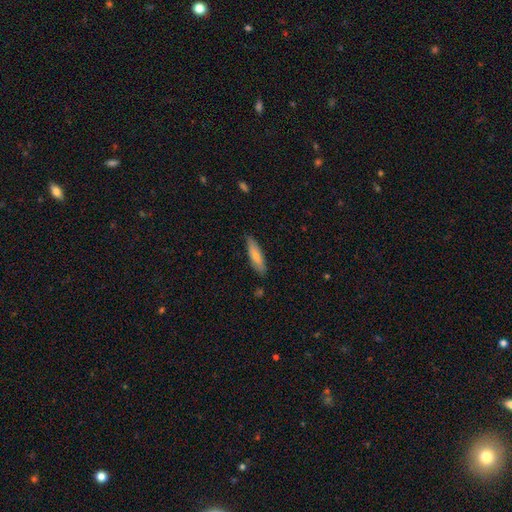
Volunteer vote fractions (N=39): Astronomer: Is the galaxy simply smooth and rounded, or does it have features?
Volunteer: smooth — 72%.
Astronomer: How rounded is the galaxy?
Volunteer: cigar-shaped — 75%.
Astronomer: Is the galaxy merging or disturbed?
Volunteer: none — 75%.